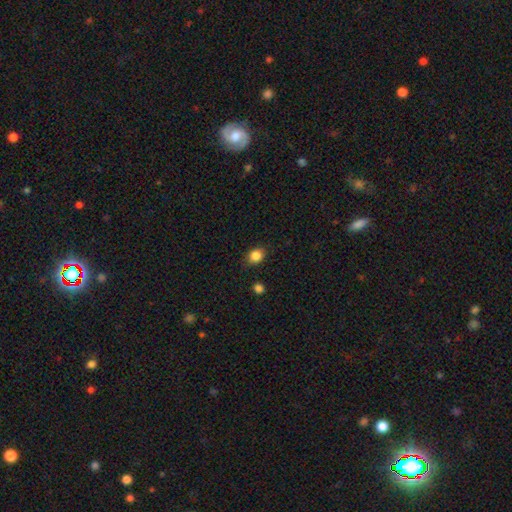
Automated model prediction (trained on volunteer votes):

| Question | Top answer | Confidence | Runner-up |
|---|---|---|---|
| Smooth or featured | smooth | 85% | star or artifact (10%) |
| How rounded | round | 55% | in between (44%) |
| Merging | none | 83% | minor disturbance (12%) |